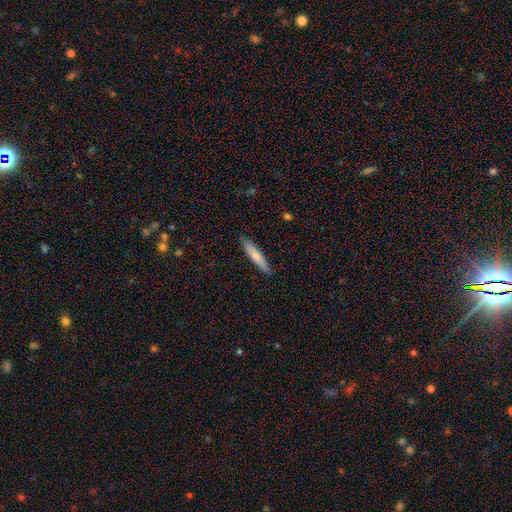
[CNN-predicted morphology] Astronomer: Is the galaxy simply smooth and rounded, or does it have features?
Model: smooth — 73%.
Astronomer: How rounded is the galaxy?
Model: cigar-shaped — 90%.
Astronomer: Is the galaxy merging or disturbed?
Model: none — 88%.